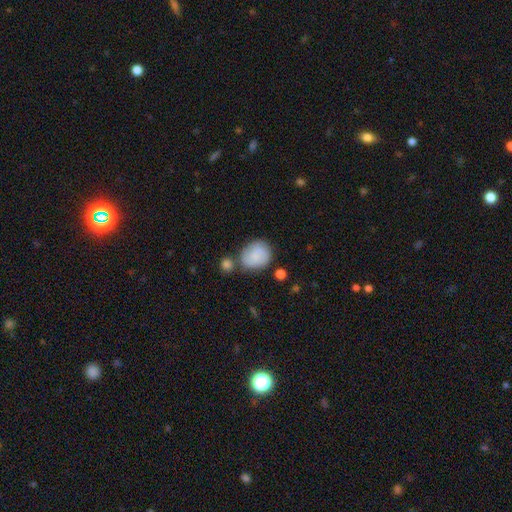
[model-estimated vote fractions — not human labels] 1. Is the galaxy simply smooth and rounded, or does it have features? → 62% smooth, 30% featured or disk, 8% star or artifact.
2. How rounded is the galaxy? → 65% round, 34% in between, 1% cigar-shaped.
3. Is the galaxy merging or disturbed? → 63% none, 19% minor disturbance, 13% merger, 6% major disturbance.